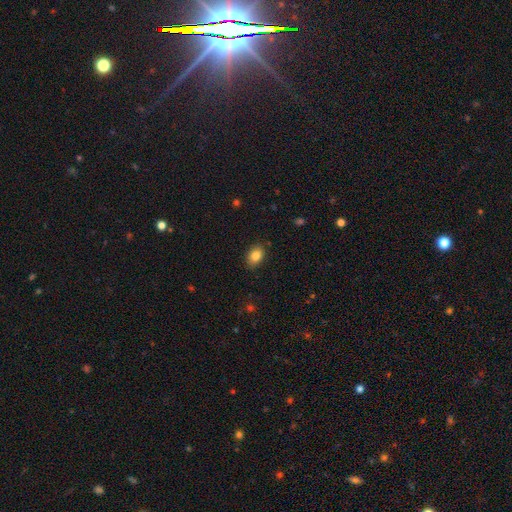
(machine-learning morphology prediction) Q: Smooth or featured?
A: smooth (85%); runner-up: star or artifact (9%)
Q: How rounded?
A: in between (80%); runner-up: round (19%)
Q: Merging?
A: none (86%); runner-up: minor disturbance (11%)